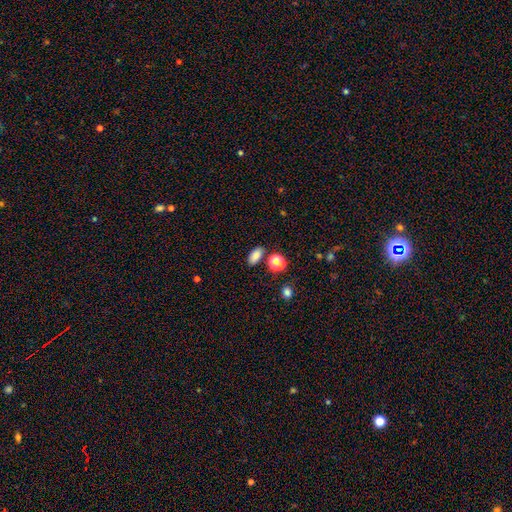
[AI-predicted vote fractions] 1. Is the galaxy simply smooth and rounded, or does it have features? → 83% smooth, 12% star or artifact, 6% featured or disk.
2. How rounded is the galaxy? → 88% in between, 8% round, 4% cigar-shaped.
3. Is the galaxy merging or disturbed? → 78% none, 10% minor disturbance, 9% merger, 3% major disturbance.